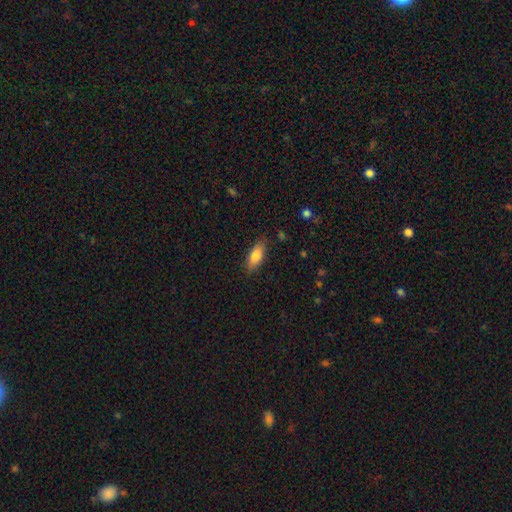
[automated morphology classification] Overall: smooth (82%). How rounded: in between (78%). Merging: none (84%).